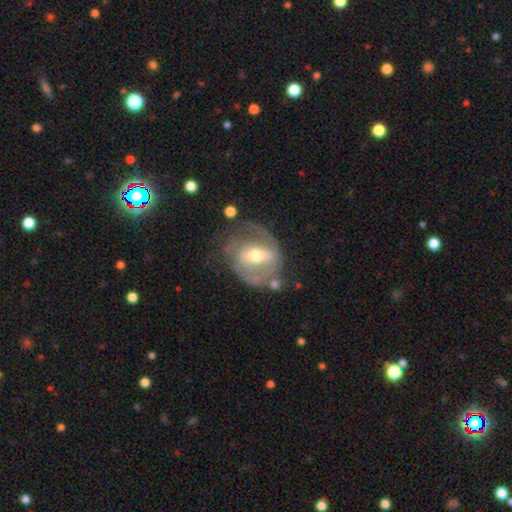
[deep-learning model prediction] Overall: featured or disk (75%). Edge-on disk: no (96%). Bar: weak (41%; strong 34%). Spiral arms: yes (69%; no 31%). Bulge size: moderate (71%). Merging: none (51%; minor disturbance 24%).